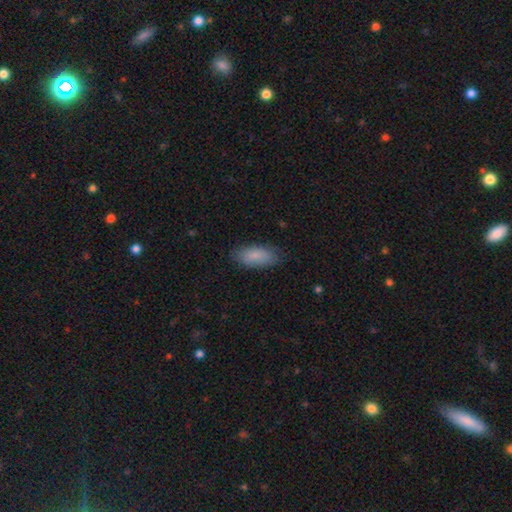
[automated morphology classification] smooth_or_featured: smooth (p=0.86) [alt: featured or disk p=0.08]
how_rounded: in between (p=0.88) [alt: cigar-shaped p=0.10]
merging: none (p=0.80) [alt: minor disturbance p=0.15]